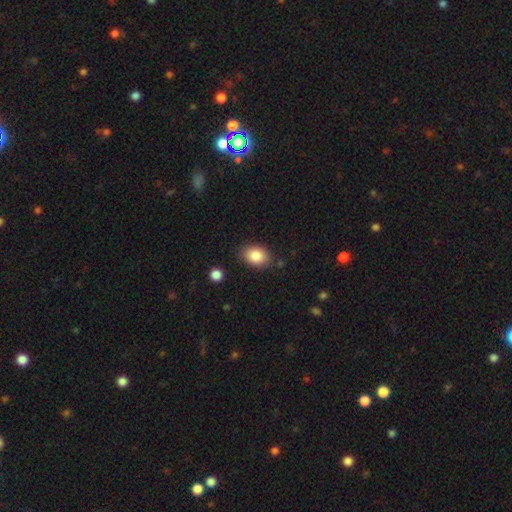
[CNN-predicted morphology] smooth_or_featured: smooth (p=0.86) [alt: star or artifact p=0.08]
how_rounded: in between (p=0.73) [alt: round p=0.26]
merging: none (p=0.83) [alt: minor disturbance p=0.11]